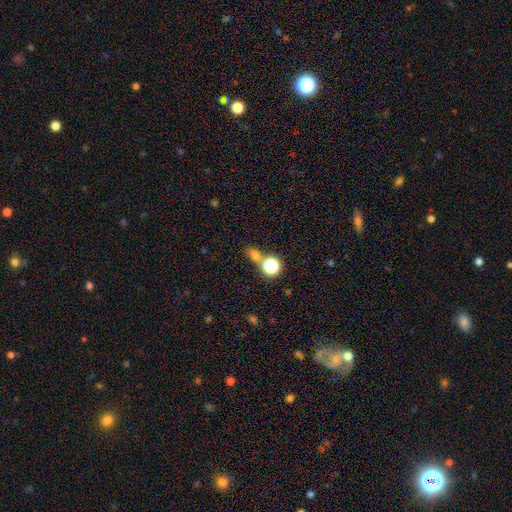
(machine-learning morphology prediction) smooth-or-featured: smooth: 64% | star or artifact: 28% | featured or disk: 8%
  how-rounded: round: 51% | in between: 45% | cigar-shaped: 4%
  merging: none: 57% | merger: 28% | minor disturbance: 10% | major disturbance: 5%